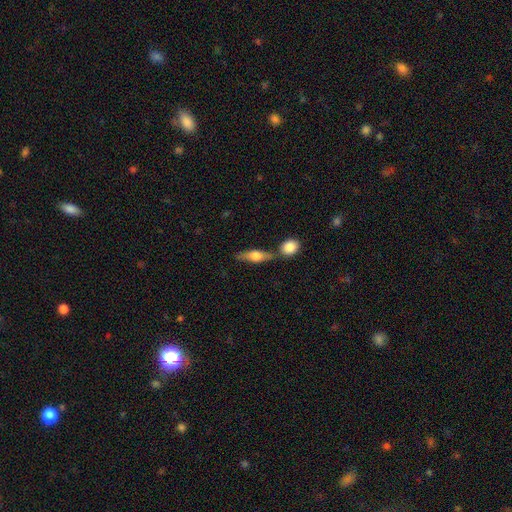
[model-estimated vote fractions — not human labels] Smooth or featured? Predicted: featured or disk (p=0.53). Edge-on disk? Predicted: yes (p=0.91). Merging? Predicted: none (p=0.65).